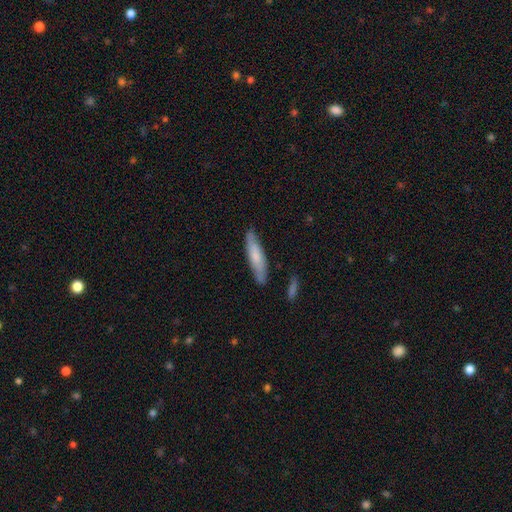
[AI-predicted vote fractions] This is likely a smooth galaxy (65%). How rounded: clearly cigar-shaped (83%). Merging: clearly none (84%).